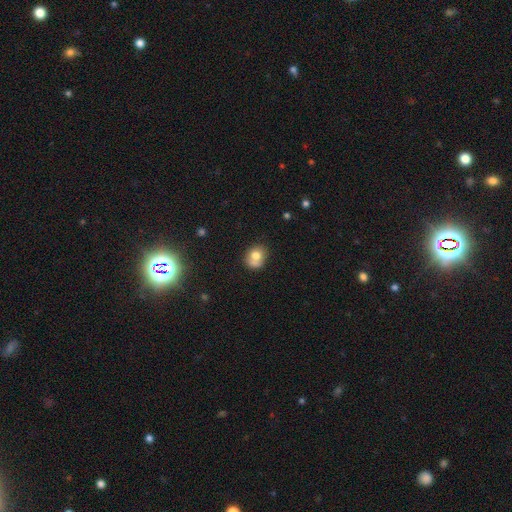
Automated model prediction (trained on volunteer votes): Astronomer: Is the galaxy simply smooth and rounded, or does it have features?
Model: smooth — 72%.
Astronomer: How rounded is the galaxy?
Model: round — 66%.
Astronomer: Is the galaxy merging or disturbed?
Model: none — 47% (runner-up: merger, 26%).